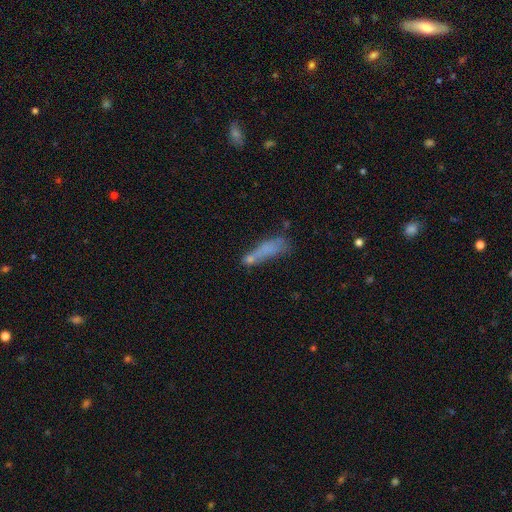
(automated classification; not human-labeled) Smooth or featured? smooth (62%)
How rounded? cigar-shaped (56%)
Merging? merger (30%, tied with none)